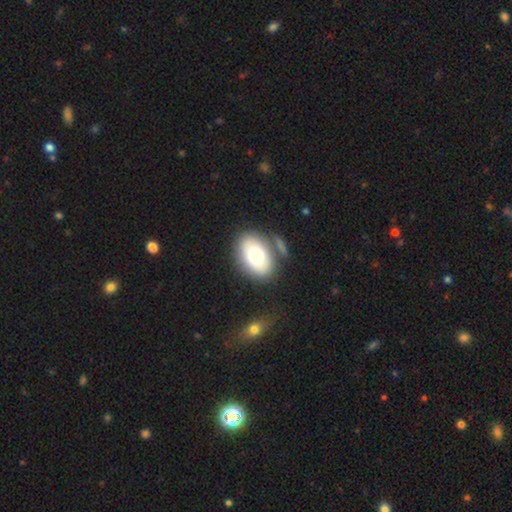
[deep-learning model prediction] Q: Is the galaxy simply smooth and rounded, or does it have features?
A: smooth — 75%.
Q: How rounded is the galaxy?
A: in between — 88%.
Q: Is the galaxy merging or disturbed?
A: none — 69%.